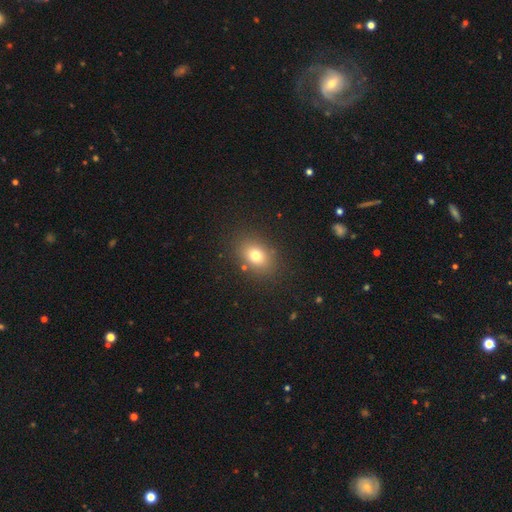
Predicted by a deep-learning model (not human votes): smooth-or-featured: smooth: 75% | star or artifact: 13% | featured or disk: 11%
  how-rounded: in between: 66% | round: 33% | cigar-shaped: 1%
  merging: none: 85% | minor disturbance: 9% | major disturbance: 4% | merger: 2%